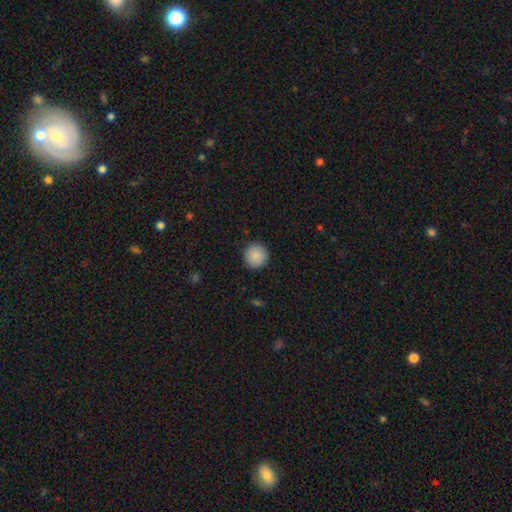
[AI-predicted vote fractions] This appears to be a smooth galaxy with no disk features (89%) that is round (95%). Merging: none (91%).